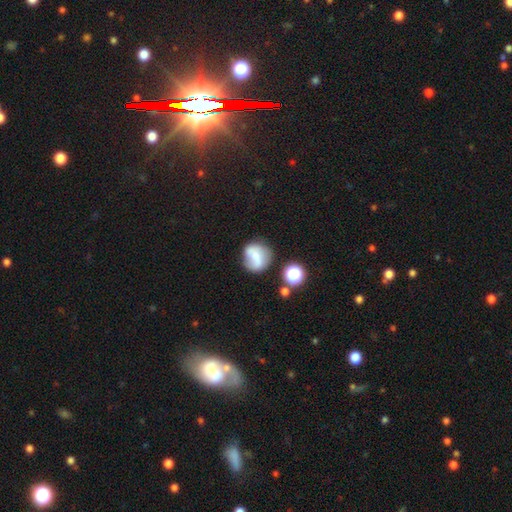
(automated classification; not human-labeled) This is possibly a smooth galaxy (54%). How rounded: clearly round (84%). Merging: likely none (60%).